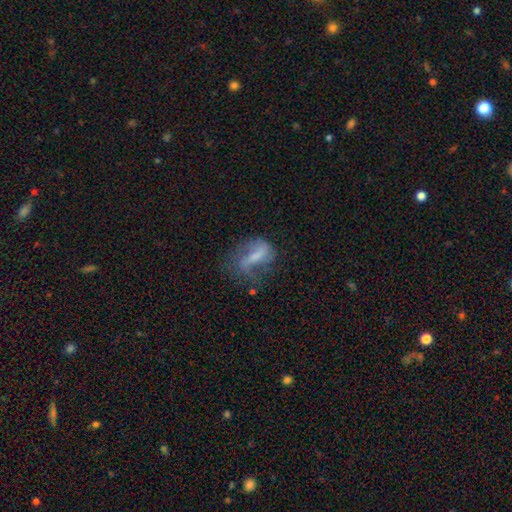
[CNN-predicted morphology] A featured or disk galaxy (54%).

Vote fractions:
- Smooth or featured? featured or disk: 54% / smooth: 36% / star or artifact: 10%
- Edge-on disk? no: 92% / yes: 8%
- Merging? none: 38% / major disturbance: 33% / minor disturbance: 25% / merger: 4%